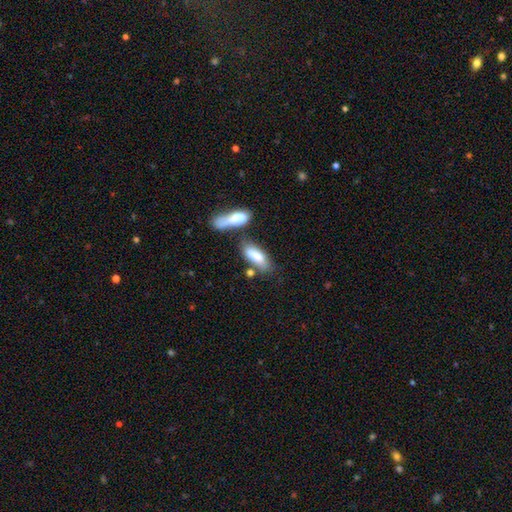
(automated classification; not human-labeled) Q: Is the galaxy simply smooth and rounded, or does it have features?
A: smooth — 77%.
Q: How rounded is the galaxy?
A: in between — 66%.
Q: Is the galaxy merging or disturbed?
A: none — 42%.